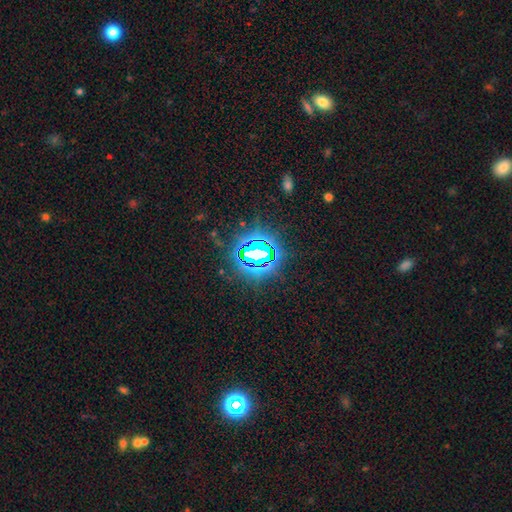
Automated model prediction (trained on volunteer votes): This appears to be a star or artifact, not a galaxy (81%).